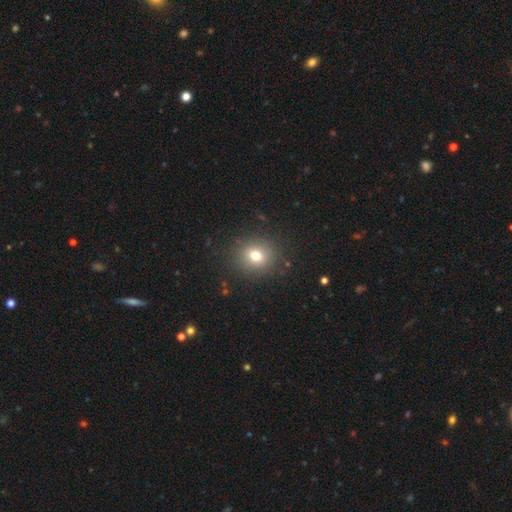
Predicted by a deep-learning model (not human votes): Smooth or featured? smooth (74%)
How rounded? round (82%)
Merging? none (88%)